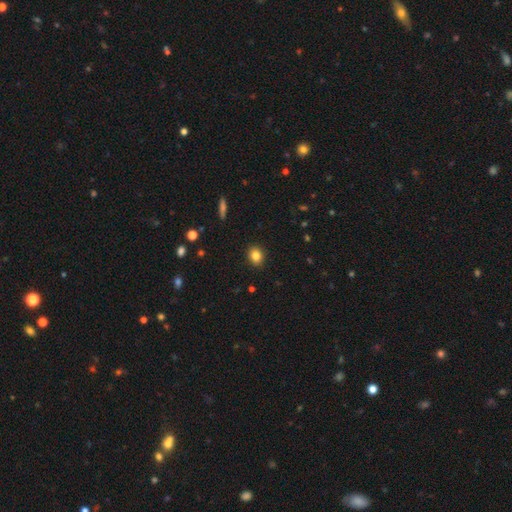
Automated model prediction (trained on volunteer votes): Morphology: type=smooth (83%); roundness=round (58%); merging=none (91%).